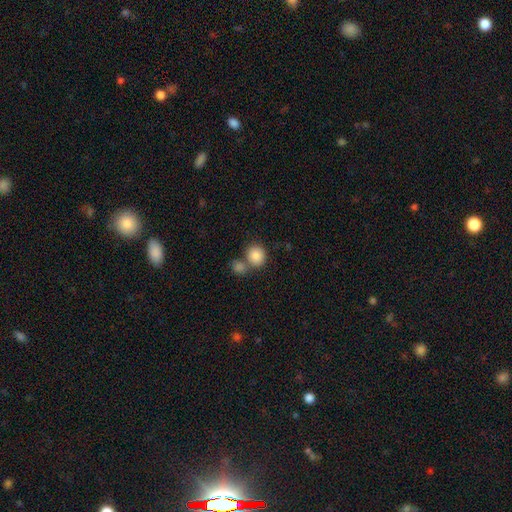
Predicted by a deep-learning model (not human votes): Q: Smooth or featured?
A: smooth (86%); runner-up: star or artifact (9%)
Q: How rounded?
A: round (81%); runner-up: in between (18%)
Q: Merging?
A: none (53%); runner-up: merger (36%)